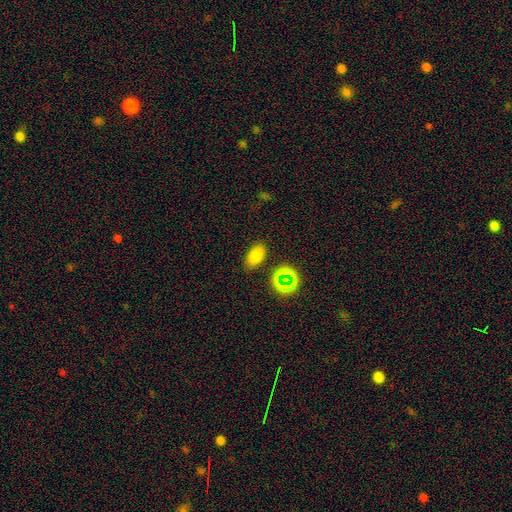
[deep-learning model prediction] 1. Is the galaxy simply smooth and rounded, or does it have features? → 76% smooth, 16% star or artifact, 8% featured or disk.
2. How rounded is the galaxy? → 88% in between, 9% round, 2% cigar-shaped.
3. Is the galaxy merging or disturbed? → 84% none, 10% minor disturbance, 3% major disturbance, 3% merger.